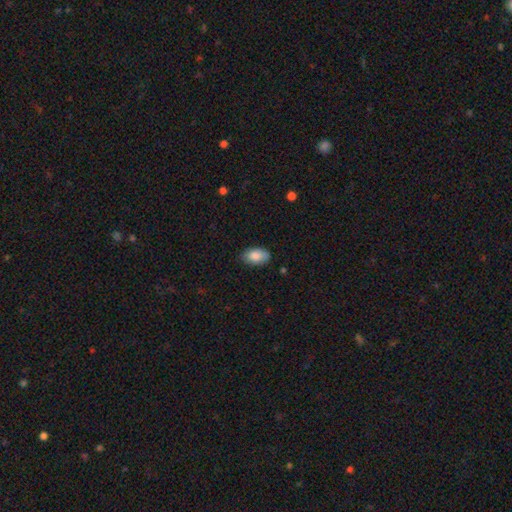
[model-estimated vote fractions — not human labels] A smooth galaxy with no disk features (85%) that is in between round and cigar-shaped (94%).

Vote fractions:
- Smooth or featured? smooth: 85% / featured or disk: 8% / star or artifact: 6%
- How rounded? in between: 94% / round: 5% / cigar-shaped: 2%
- Merging? none: 81% / minor disturbance: 15% / major disturbance: 3% / merger: 1%